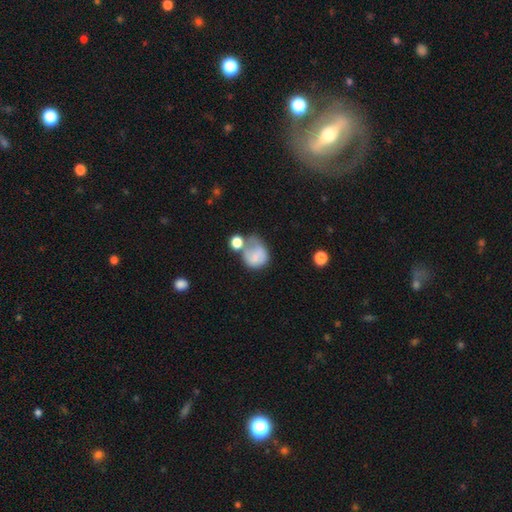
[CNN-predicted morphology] smooth-or-featured: smooth: 71% | featured or disk: 20% | star or artifact: 10%
  how-rounded: round: 63% | in between: 36% | cigar-shaped: 1%
  merging: merger: 29% | major disturbance: 26% | none: 23% | minor disturbance: 22%